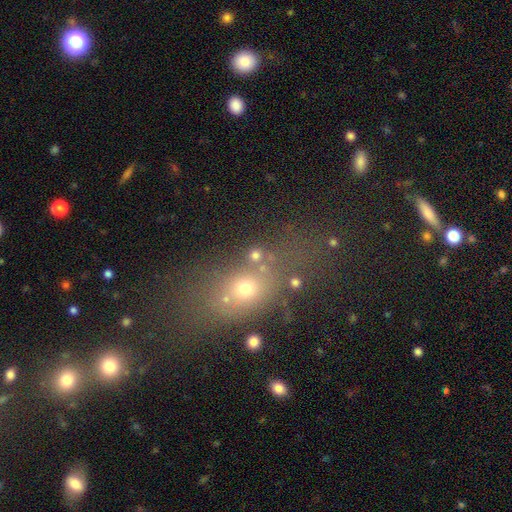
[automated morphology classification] A smooth galaxy with no disk features (61%) that is round (48%).

Vote fractions:
- Smooth or featured? smooth: 61% / star or artifact: 25% / featured or disk: 14%
- How rounded? round: 48% / in between: 46% / cigar-shaped: 6%
- Merging? none: 62% / merger: 15% / minor disturbance: 13% / major disturbance: 10%